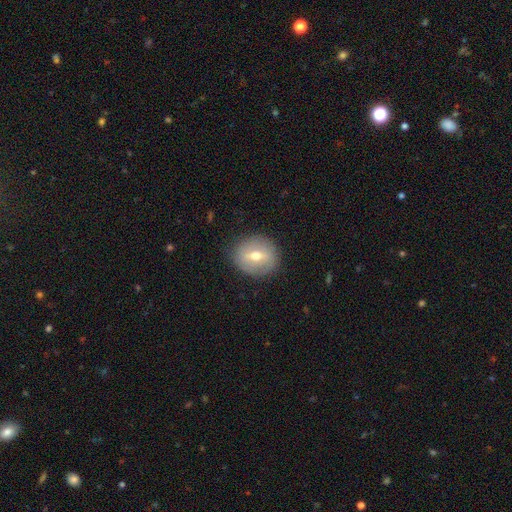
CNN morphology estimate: This is possibly a featured or disk galaxy (48%). Merging: clearly none (85%).